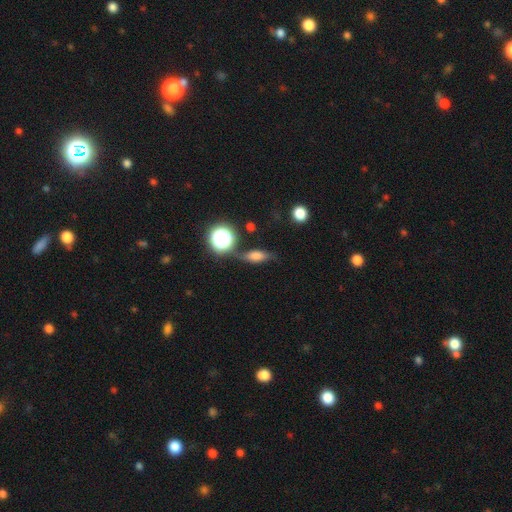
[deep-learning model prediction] smooth_or_featured: smooth (p=0.58) [alt: featured or disk p=0.26]
how_rounded: in between (p=0.60) [alt: cigar-shaped p=0.25]
merging: none (p=0.62) [alt: minor disturbance p=0.22]